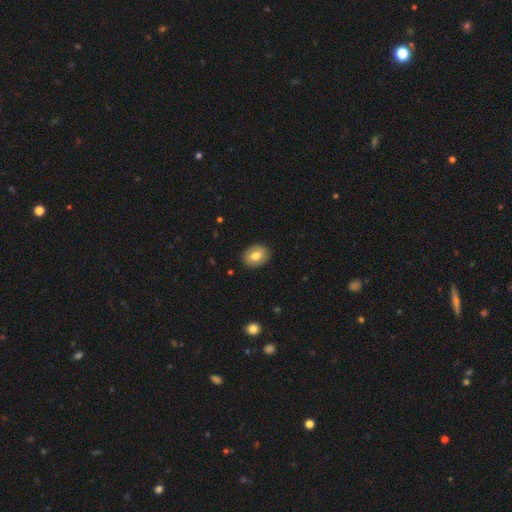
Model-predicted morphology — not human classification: A smooth galaxy with no disk features (77%) that is in between round and cigar-shaped (70%). Merging: none (89%).